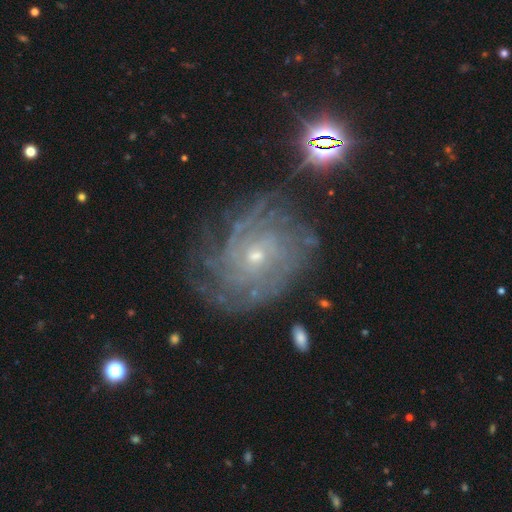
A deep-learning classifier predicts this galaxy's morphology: A featured or disk galaxy (84%) with no bar (75%), tight (70%) spiral arms (96%) and a small central bulge (74%). Merging: none (72%).